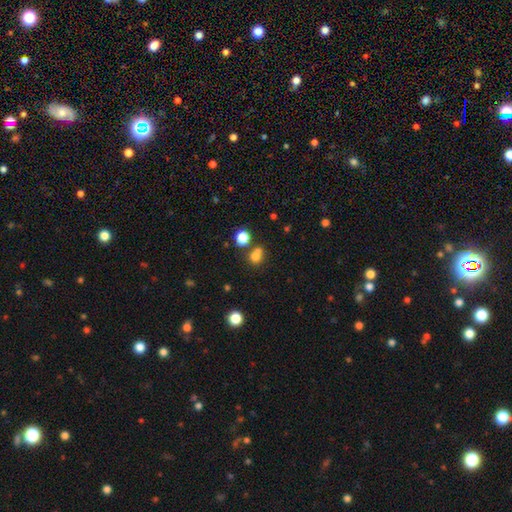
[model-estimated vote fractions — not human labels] A smooth galaxy with no disk features (74%) that is round (75%). Merging: none (51%).